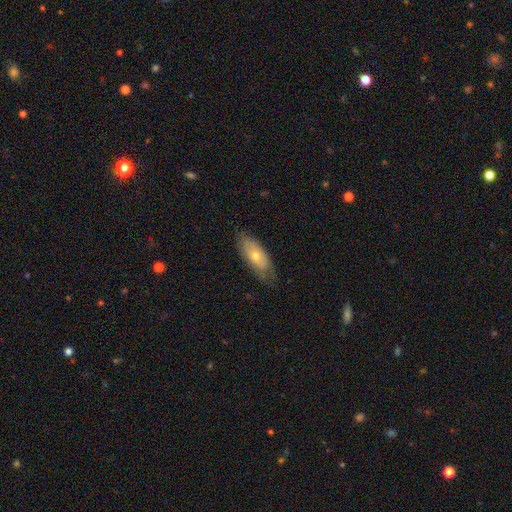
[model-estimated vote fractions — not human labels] Q: Smooth or featured?
A: smooth (54%); runner-up: featured or disk (40%)
Q: How rounded?
A: in between (76%); runner-up: cigar-shaped (21%)
Q: Merging?
A: none (72%); runner-up: minor disturbance (22%)